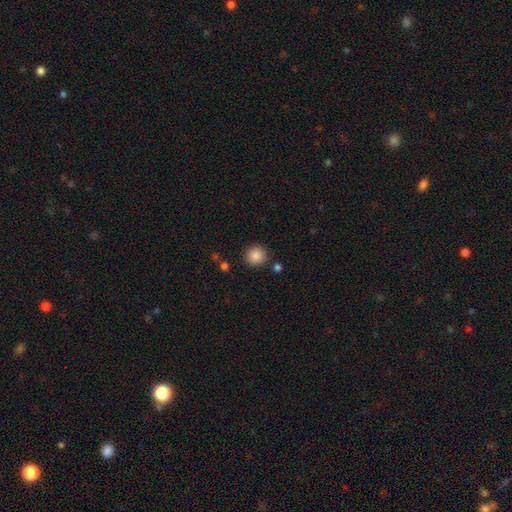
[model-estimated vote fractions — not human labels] Q: Smooth or featured?
A: smooth (87%); runner-up: star or artifact (9%)
Q: How rounded?
A: round (93%); runner-up: in between (6%)
Q: Merging?
A: none (87%); runner-up: minor disturbance (7%)